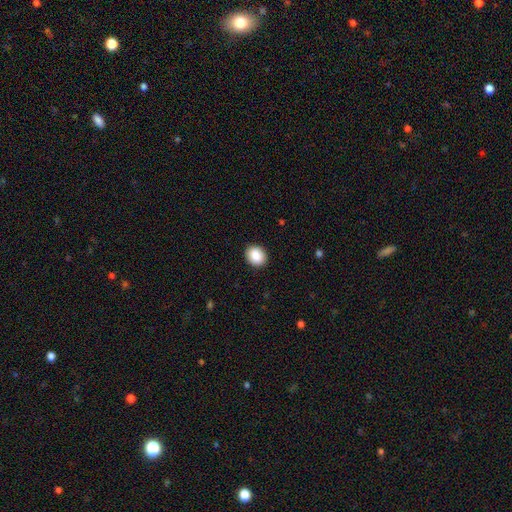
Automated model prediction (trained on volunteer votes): The model was most divided on "how rounded": round: 57%, in between: 42%, cigar-shaped: 1%. More confident: merging — none (91%); smooth or featured — smooth (88%).